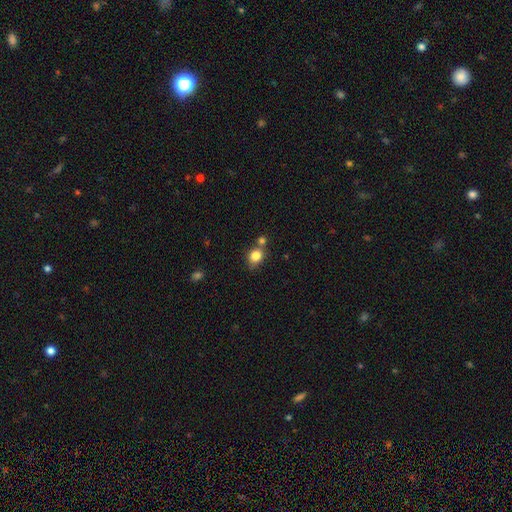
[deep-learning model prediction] A smooth galaxy with no disk features (83%) that is round (57%).

Vote fractions:
- Smooth or featured? smooth: 83% / star or artifact: 10% / featured or disk: 7%
- How rounded? round: 57% / in between: 42% / cigar-shaped: 1%
- Merging? none: 61% / merger: 20% / minor disturbance: 15% / major disturbance: 4%